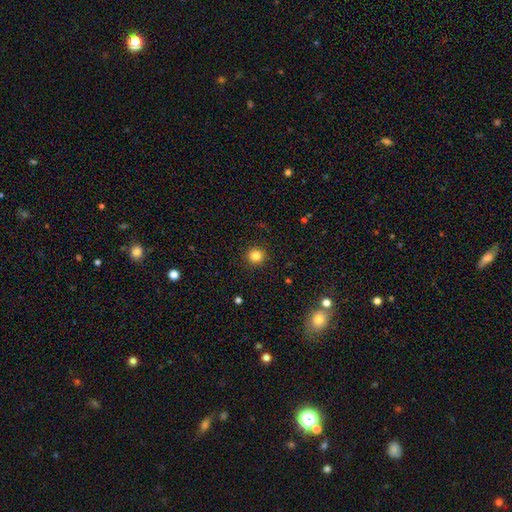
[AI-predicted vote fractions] smooth_or_featured: smooth (p=0.83) [alt: star or artifact p=0.12]
how_rounded: round (p=0.93) [alt: in between p=0.06]
merging: none (p=0.92) [alt: minor disturbance p=0.05]